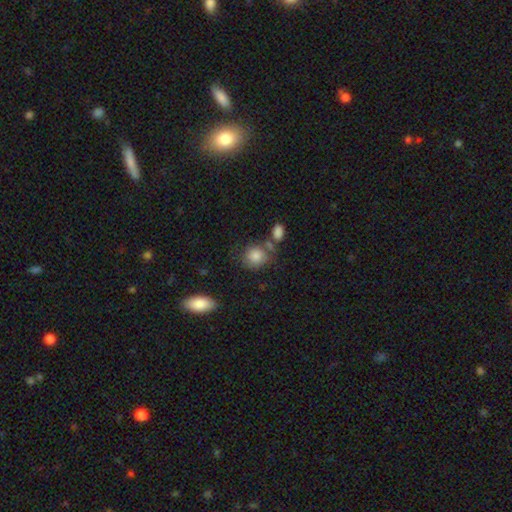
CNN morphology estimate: This is clearly a smooth galaxy (82%). How rounded: likely round (75%). Merging: possibly none (59%).